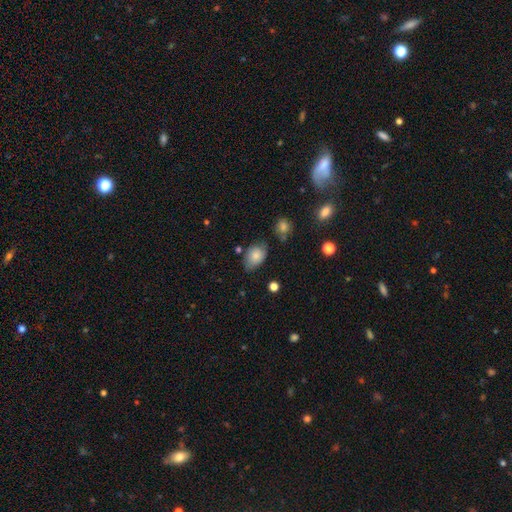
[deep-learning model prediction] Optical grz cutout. It shows a smooth galaxy with no disk features (80%) that is in between round and cigar-shaped (82%). Merging: none (63%).